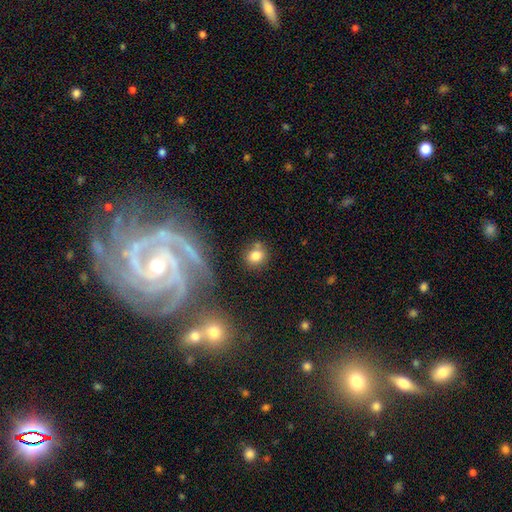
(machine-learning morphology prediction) Overall: smooth (79%). How rounded: round (72%). Merging: none (69%).